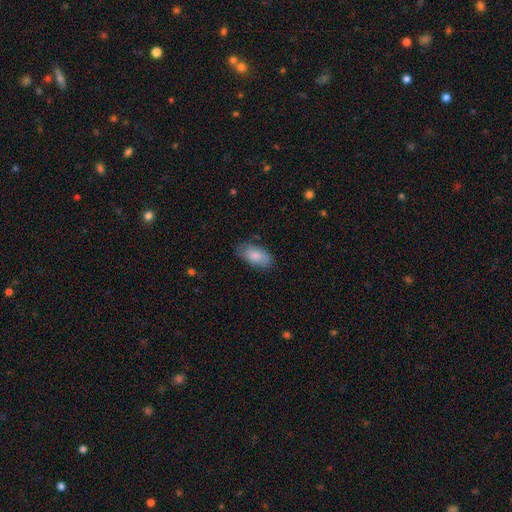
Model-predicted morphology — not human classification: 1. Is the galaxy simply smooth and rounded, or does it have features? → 84% smooth, 10% featured or disk, 6% star or artifact.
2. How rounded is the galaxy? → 93% in between, 4% cigar-shaped, 3% round.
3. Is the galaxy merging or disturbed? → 77% none, 18% minor disturbance, 4% major disturbance, 1% merger.